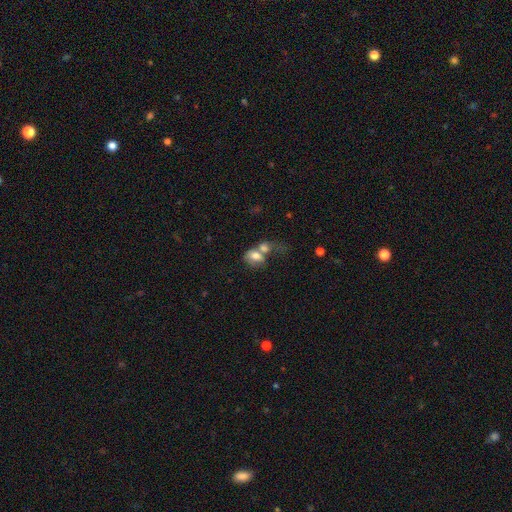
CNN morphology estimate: Smooth or featured? smooth (71%)
How rounded? in between (70%)
Merging? merger (65%)